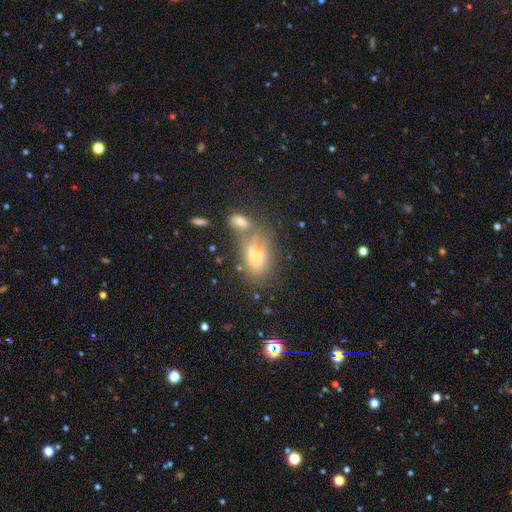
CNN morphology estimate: Q: Smooth or featured?
A: smooth (62%); runner-up: featured or disk (25%)
Q: How rounded?
A: in between (85%); runner-up: round (11%)
Q: Merging?
A: none (41%); runner-up: merger (34%)